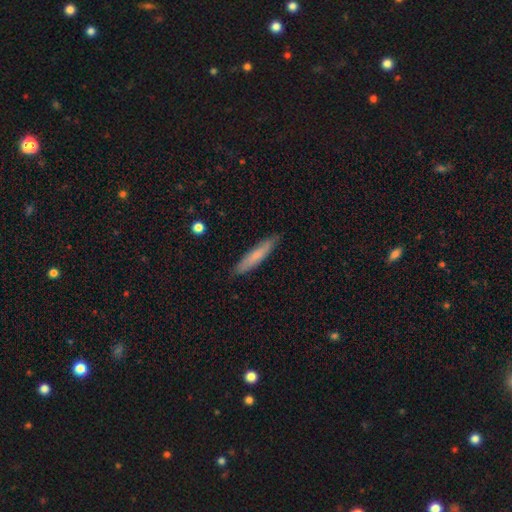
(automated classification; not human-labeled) A smooth galaxy with no disk features (71%) that is cigar-shaped (90%). Merging: none (87%).